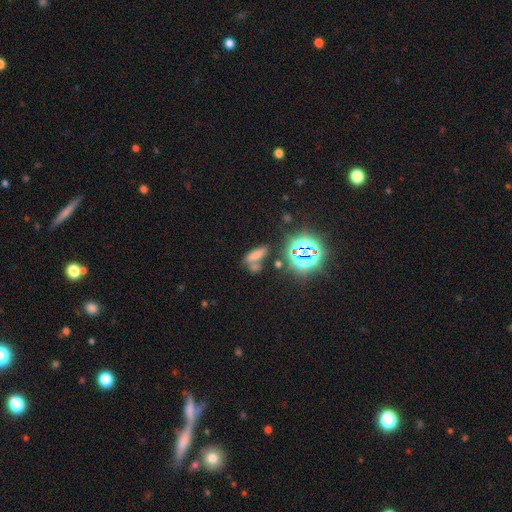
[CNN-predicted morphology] A smooth galaxy with no disk features (57%) that is in between round and cigar-shaped (63%).

Vote fractions:
- Smooth or featured? smooth: 57% / star or artifact: 31% / featured or disk: 11%
- How rounded? in between: 63% / cigar-shaped: 27% / round: 10%
- Merging? none: 47% / merger: 31% / minor disturbance: 14% / major disturbance: 8%